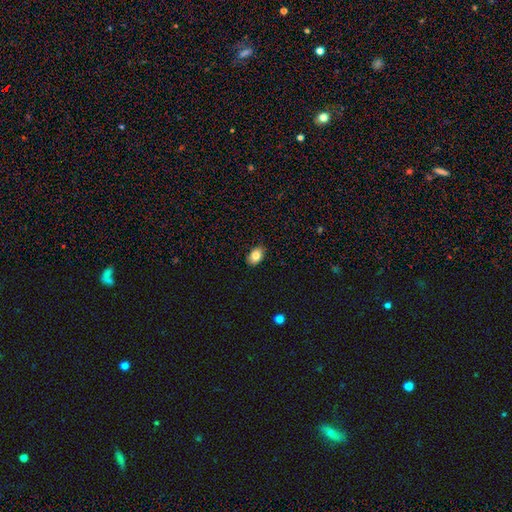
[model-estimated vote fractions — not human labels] smooth-or-featured: smooth: 83% | featured or disk: 9% | star or artifact: 8%
  how-rounded: in between: 86% | round: 13% | cigar-shaped: 1%
  merging: none: 88% | minor disturbance: 10% | major disturbance: 2% | merger: 1%